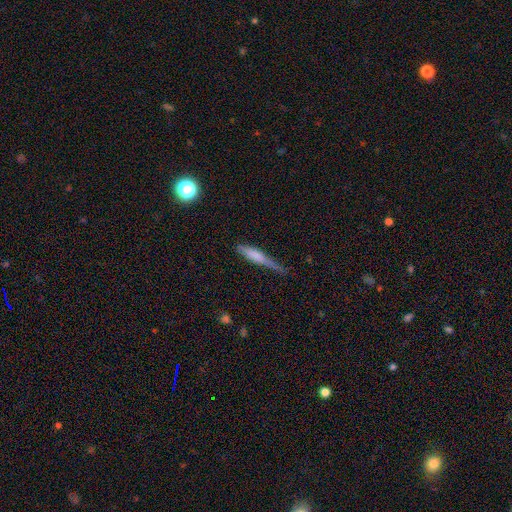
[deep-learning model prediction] Morphology: type=smooth (67%); roundness=cigar-shaped (85%); merging=none (41%, tied with minor disturbance).